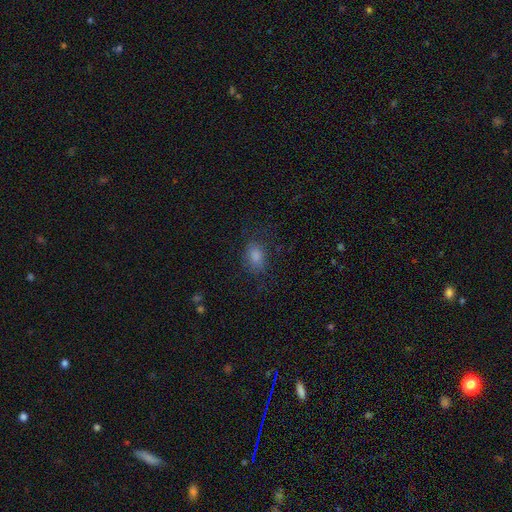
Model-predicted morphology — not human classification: This is likely a smooth galaxy (71%). How rounded: likely in between (72%). Merging: likely none (73%).